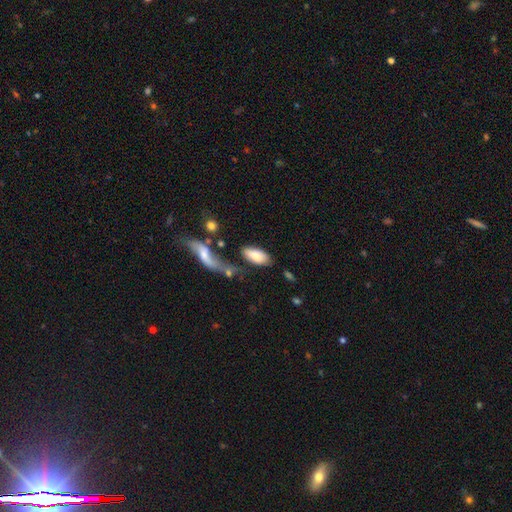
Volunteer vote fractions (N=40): Smooth or featured? 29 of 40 (72%) said smooth. How rounded? 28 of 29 (97%) said in between. Merging? 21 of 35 (60%) said none.